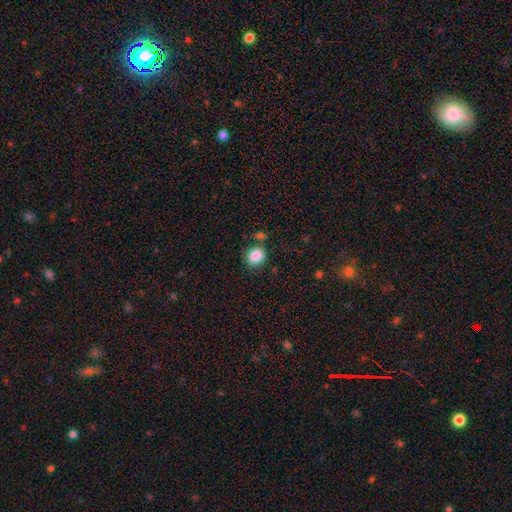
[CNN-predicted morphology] Overall: smooth (87%). How rounded: round (72%). Merging: none (78%).